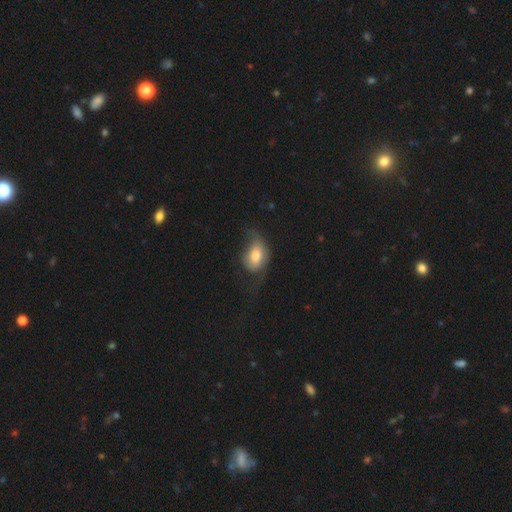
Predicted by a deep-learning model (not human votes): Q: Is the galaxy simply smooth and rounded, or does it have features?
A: smooth — 70%.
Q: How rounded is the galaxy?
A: in between — 76%.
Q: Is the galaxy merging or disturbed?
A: major disturbance — 35%.